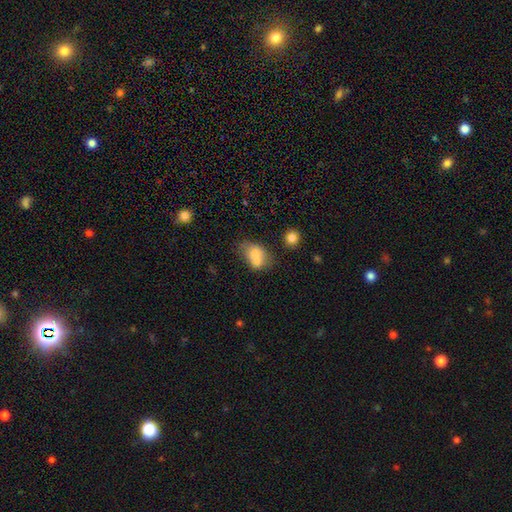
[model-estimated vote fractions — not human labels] Overall: smooth (72%). How rounded: in between (70%). Merging: merger (52%; none 27%).